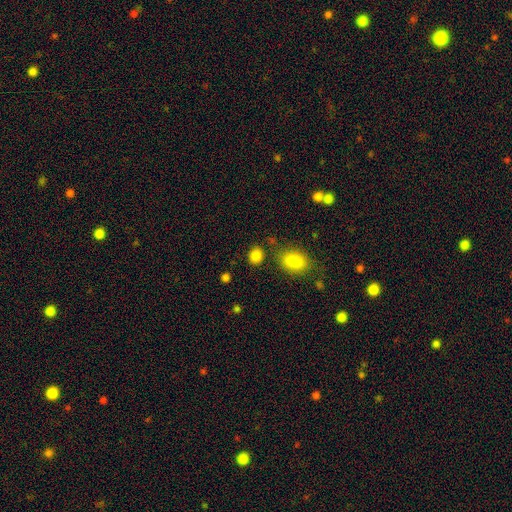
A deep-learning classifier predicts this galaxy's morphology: smooth-or-featured: smooth: 85% | star or artifact: 10% | featured or disk: 5%
  how-rounded: round: 54% | in between: 45% | cigar-shaped: 1%
  merging: none: 79% | minor disturbance: 11% | merger: 7% | major disturbance: 3%